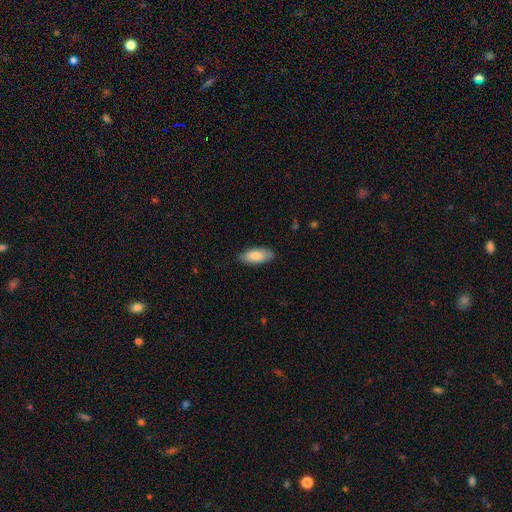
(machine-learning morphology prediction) Smooth or featured? Predicted: smooth (p=0.84). How rounded? Predicted: in between (p=0.85). Merging? Predicted: none (p=0.85).